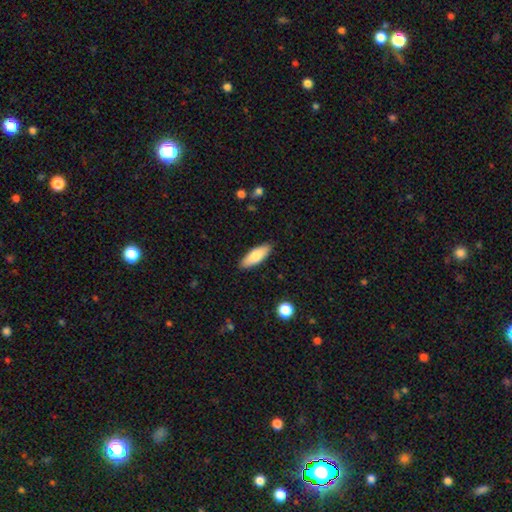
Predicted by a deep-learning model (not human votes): Smooth or featured: smooth — 79% (featured or disk — 16%)
How rounded: in between — 65% (cigar-shaped — 33%)
Merging: none — 88% (minor disturbance — 9%)